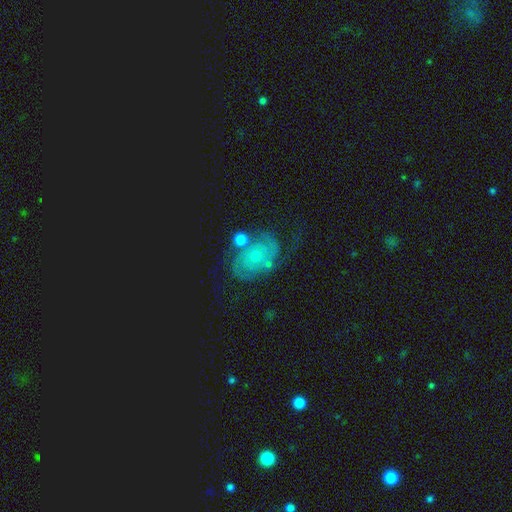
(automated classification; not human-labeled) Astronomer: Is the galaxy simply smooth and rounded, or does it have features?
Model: featured or disk — 72%.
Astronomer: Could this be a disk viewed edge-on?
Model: no — 97%.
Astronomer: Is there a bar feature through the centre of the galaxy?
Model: no — 73%.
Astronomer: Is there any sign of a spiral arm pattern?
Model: yes — 91%.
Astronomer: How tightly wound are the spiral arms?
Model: tight — 53% (runner-up: medium, 35%).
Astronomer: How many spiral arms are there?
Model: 2 — 57%.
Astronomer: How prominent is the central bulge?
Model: small — 71%.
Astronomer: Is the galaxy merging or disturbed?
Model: none — 58%.